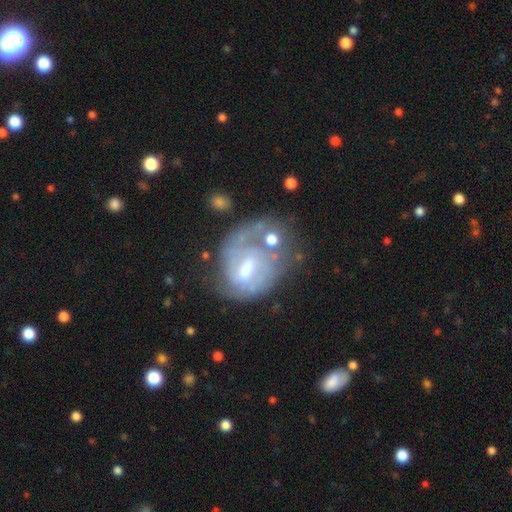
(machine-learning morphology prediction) featured or disk 71%, smooth 17%, star or artifact 12%. Down the decision tree: edge-on disk — no (97%); bar — weak (52%); spiral arms — yes (78%); spiral arm count — 2 (37%); spiral winding — tight (47%); bulge size — moderate (51%); merging — none (43%).